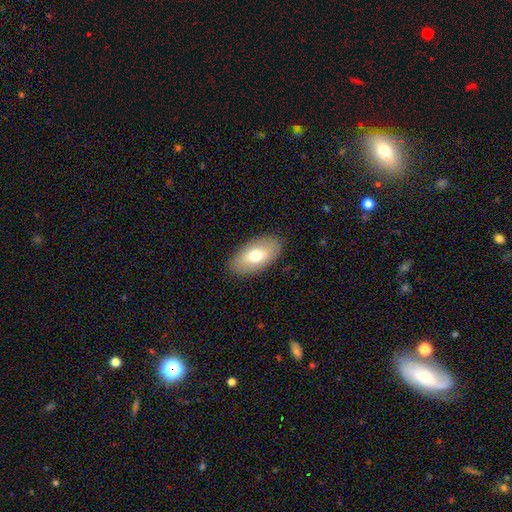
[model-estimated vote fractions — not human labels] Q: Smooth or featured?
A: smooth (67%); runner-up: featured or disk (26%)
Q: How rounded?
A: in between (93%); runner-up: round (4%)
Q: Merging?
A: none (87%); runner-up: minor disturbance (9%)